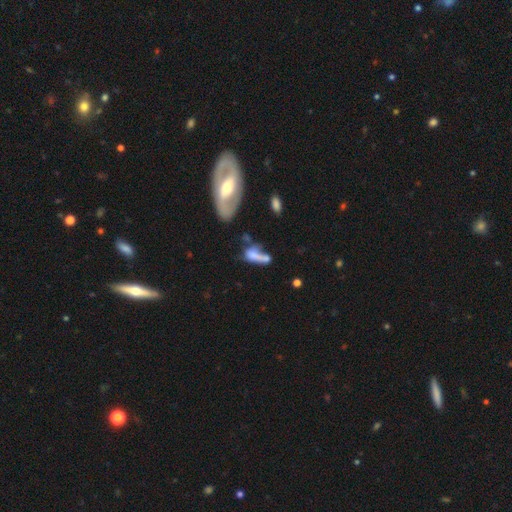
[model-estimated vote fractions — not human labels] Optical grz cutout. It shows a smooth galaxy with no disk features (58%) that is in between round and cigar-shaped (68%). Merging: merger (39%).